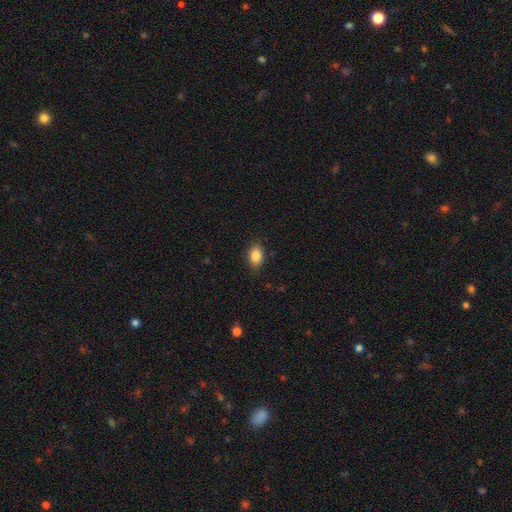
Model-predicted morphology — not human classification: A smooth galaxy with no disk features (85%) that is in between round and cigar-shaped (80%).

Vote fractions:
- Smooth or featured? smooth: 85% / star or artifact: 8% / featured or disk: 6%
- How rounded? in between: 80% / round: 18% / cigar-shaped: 2%
- Merging? none: 85% / minor disturbance: 12% / major disturbance: 3% / merger: 1%